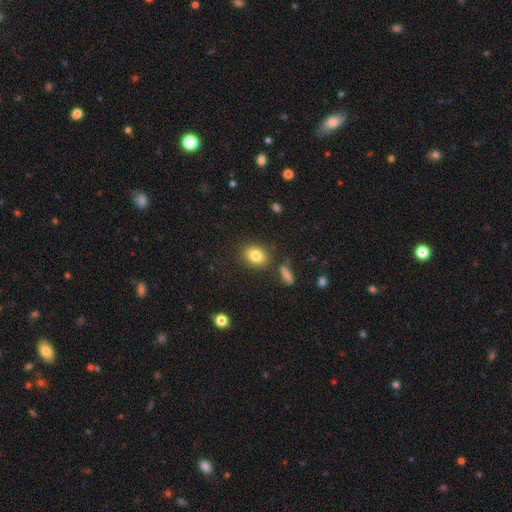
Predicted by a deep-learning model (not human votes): A smooth galaxy with no disk features (82%) that is in between round and cigar-shaped (61%).

Vote fractions:
- Smooth or featured? smooth: 82% / star or artifact: 10% / featured or disk: 9%
- How rounded? in between: 61% / round: 37% / cigar-shaped: 2%
- Merging? none: 82% / minor disturbance: 10% / merger: 5% / major disturbance: 3%